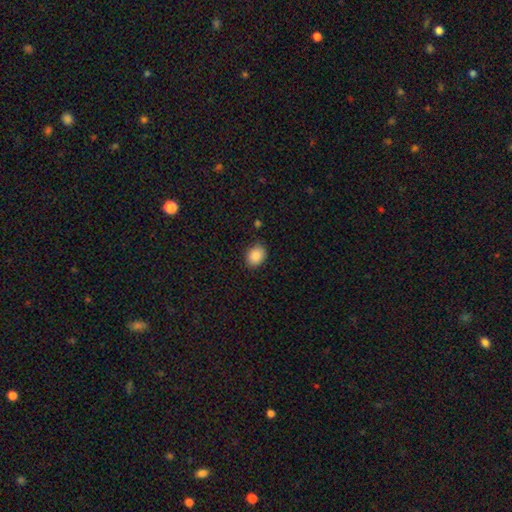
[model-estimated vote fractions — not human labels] A smooth galaxy with no disk features (88%) that is in between round and cigar-shaped (58%).

Vote fractions:
- Smooth or featured? smooth: 88% / star or artifact: 8% / featured or disk: 4%
- How rounded? in between: 58% / round: 41% / cigar-shaped: 1%
- Merging? none: 85% / minor disturbance: 12% / major disturbance: 3% / merger: 1%